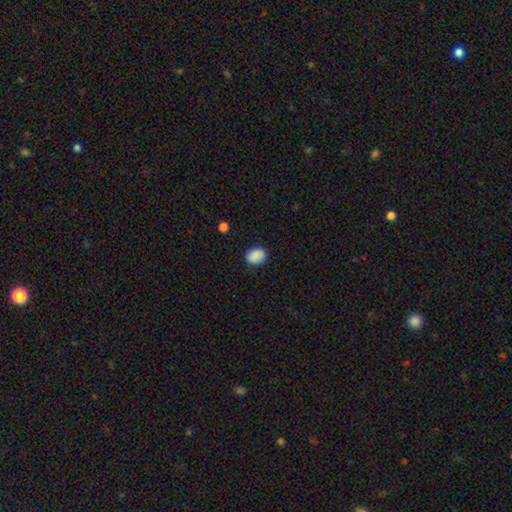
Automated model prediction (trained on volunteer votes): The model was most divided on "how rounded": in between: 66%, round: 33%, cigar-shaped: 1%. More confident: smooth or featured — smooth (89%); merging — none (86%).